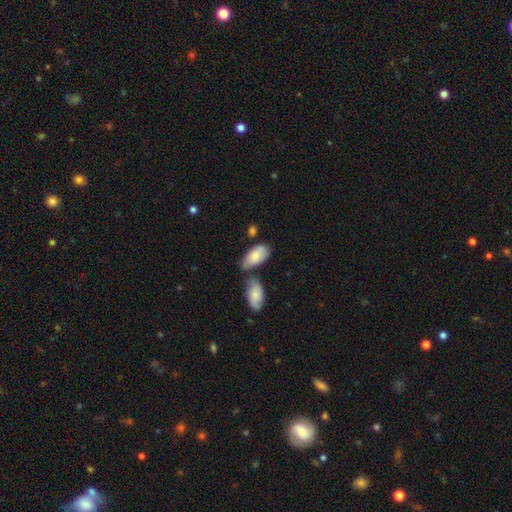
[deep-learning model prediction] Morphology: type=smooth (80%); roundness=in between (93%); merging=none (44%).